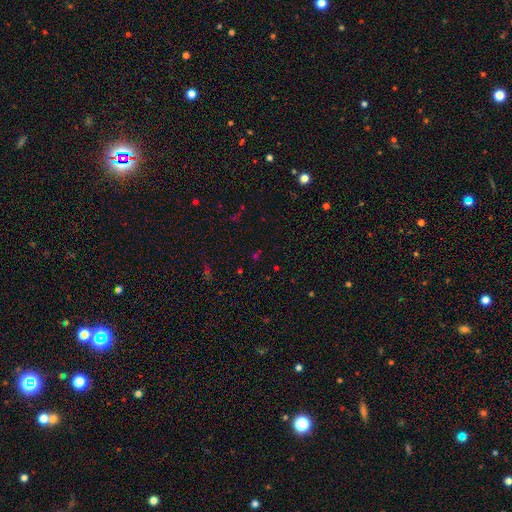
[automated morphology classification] A star or artifact, not a galaxy (61%).

Vote fractions:
- Smooth or featured? star or artifact: 61% / smooth: 32% / featured or disk: 8%